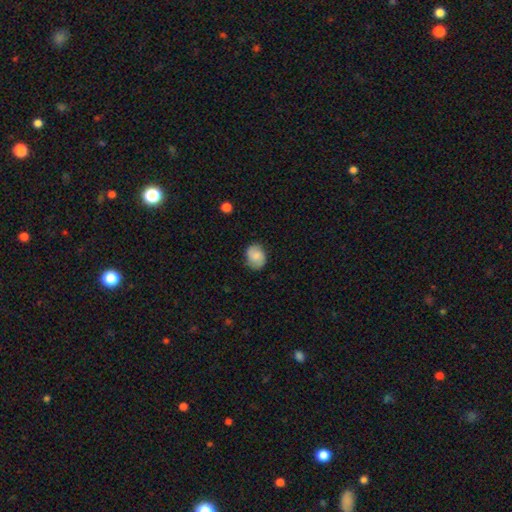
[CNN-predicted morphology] Smooth or featured: smooth — 67% (featured or disk — 24%)
How rounded: in between — 54% (round — 45%)
Merging: none — 76% (minor disturbance — 18%)